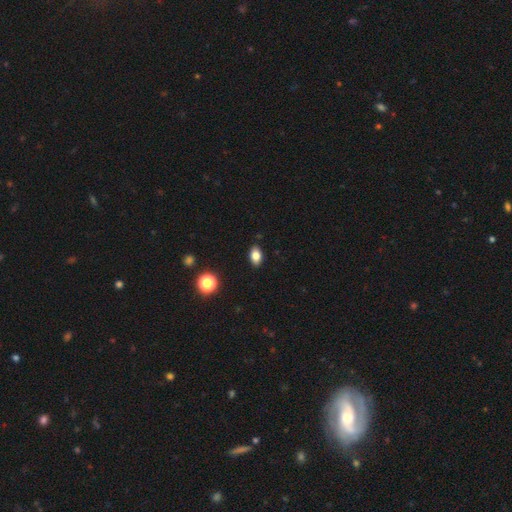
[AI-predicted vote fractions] This appears to be a smooth galaxy with no disk features (82%) that is in between round and cigar-shaped (86%). Merging: none (89%).